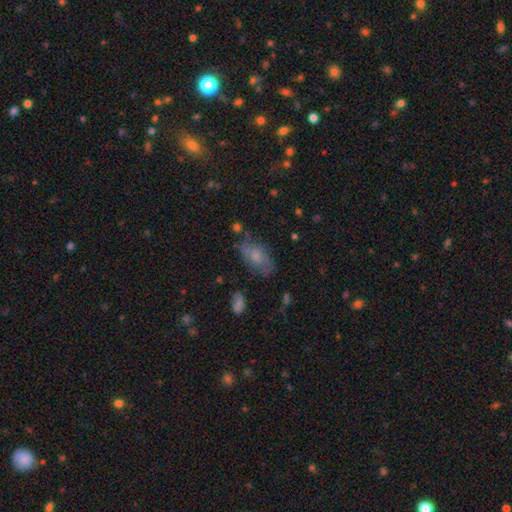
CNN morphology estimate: The model was most divided on "merging": none: 61%, minor disturbance: 25%, major disturbance: 10%, merger: 5%. More confident: how rounded — in between (88%); smooth or featured — smooth (64%).